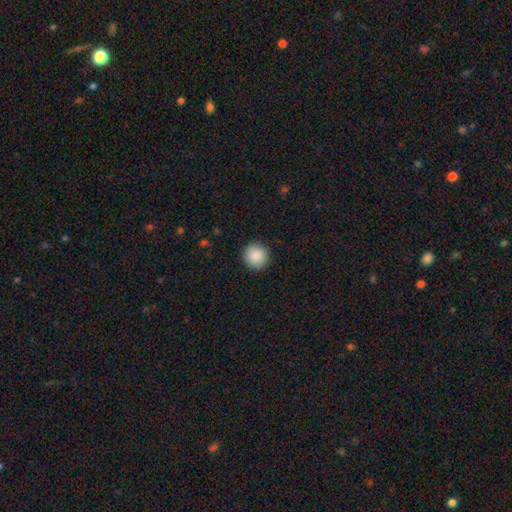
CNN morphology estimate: type=smooth (89%); roundness=round (94%); merging=none (92%).